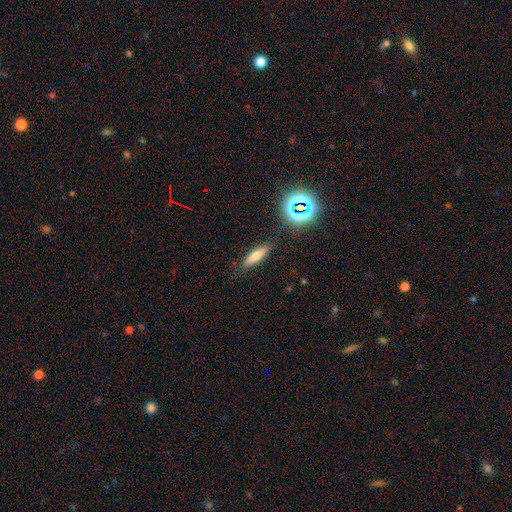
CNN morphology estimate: Smooth or featured: smooth — 64% (featured or disk — 23%)
How rounded: cigar-shaped — 62% (in between — 34%)
Merging: none — 84% (minor disturbance — 11%)